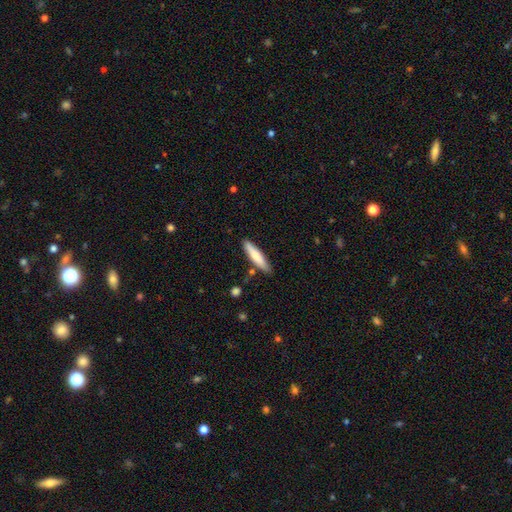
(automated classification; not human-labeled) Smooth or featured: smooth — 76% (featured or disk — 18%)
How rounded: cigar-shaped — 84% (in between — 14%)
Merging: none — 83% (minor disturbance — 11%)